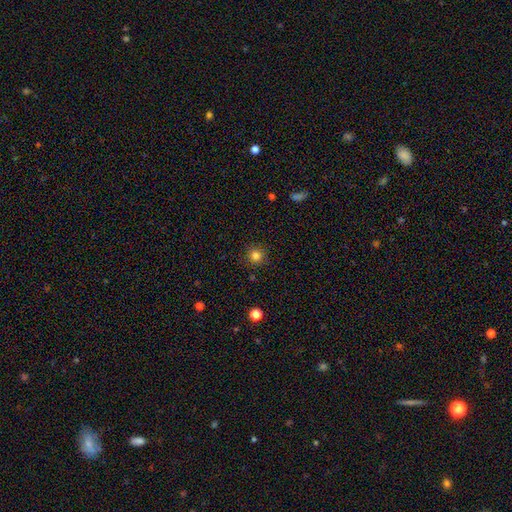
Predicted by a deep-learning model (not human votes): Smooth or featured? smooth (82%)
How rounded? round (94%)
Merging? none (90%)